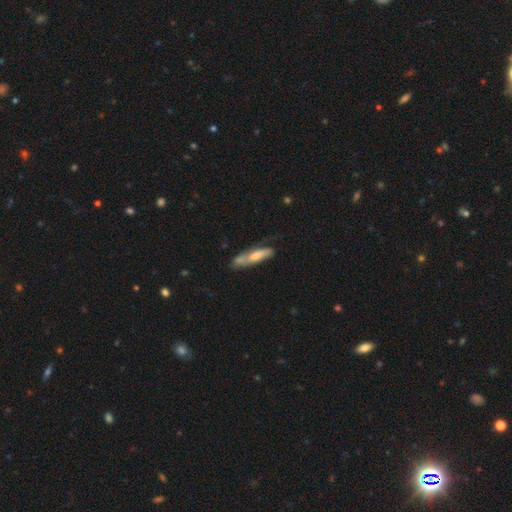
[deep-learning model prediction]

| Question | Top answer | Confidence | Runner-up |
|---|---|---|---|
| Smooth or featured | smooth | 55% | featured or disk (39%) |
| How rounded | cigar-shaped | 73% | in between (25%) |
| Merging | none | 52% | minor disturbance (28%) |